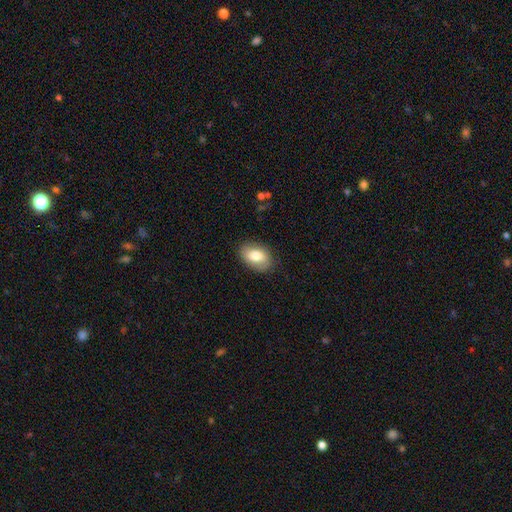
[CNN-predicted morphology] Smooth or featured: smooth — 76% (featured or disk — 17%)
How rounded: in between — 87% (round — 12%)
Merging: none — 84% (minor disturbance — 12%)